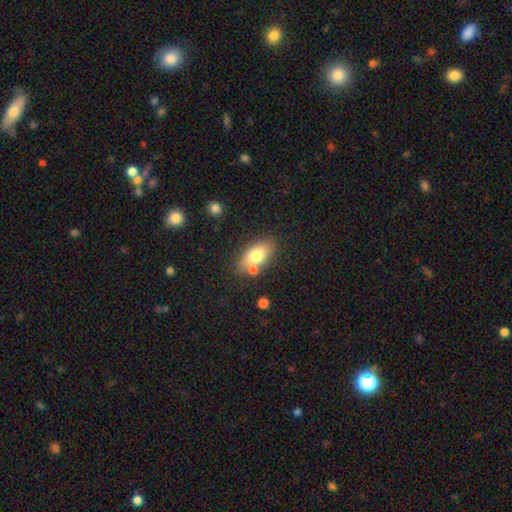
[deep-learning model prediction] This appears to be a smooth galaxy with no disk features (73%) that is in between round and cigar-shaped (86%). Merging: none (70%).